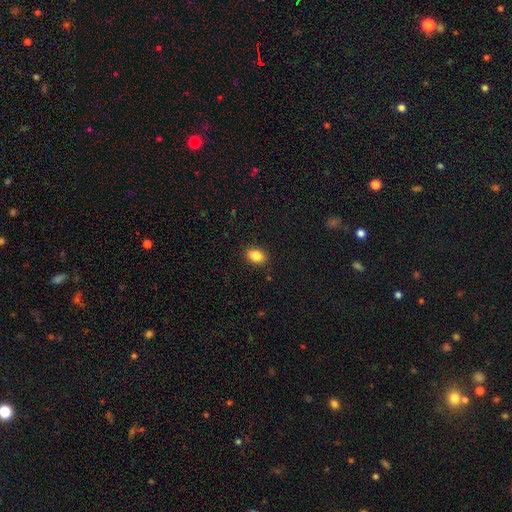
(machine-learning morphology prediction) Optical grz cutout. It shows a smooth galaxy with no disk features (86%) that is in between round and cigar-shaped (81%). Merging: none (88%).